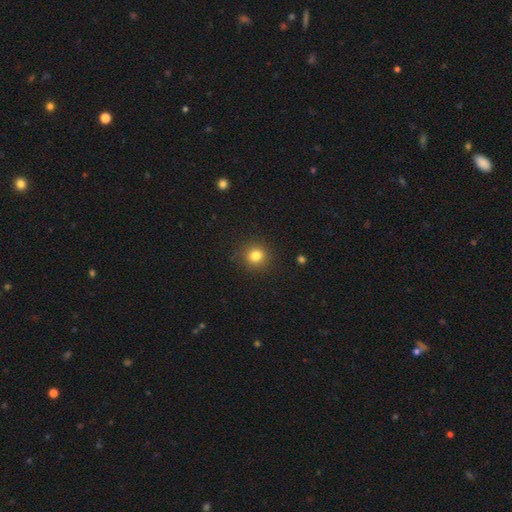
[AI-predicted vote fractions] Smooth or featured? Predicted: smooth (p=0.81). How rounded? Predicted: round (p=0.91). Merging? Predicted: none (p=0.90).